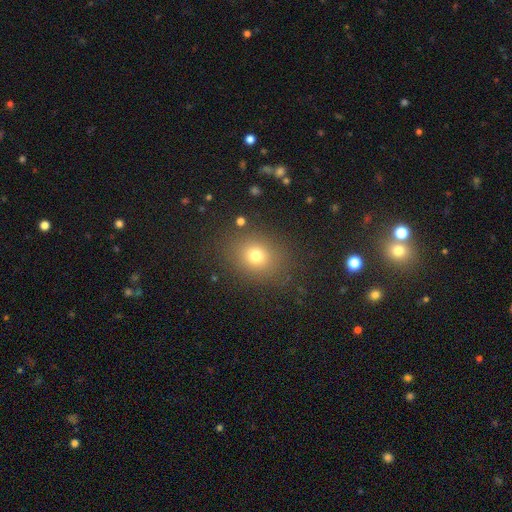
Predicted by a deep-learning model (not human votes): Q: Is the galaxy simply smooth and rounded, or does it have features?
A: smooth — 73%.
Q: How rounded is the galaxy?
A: round — 65%.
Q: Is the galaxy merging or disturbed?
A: none — 84%.